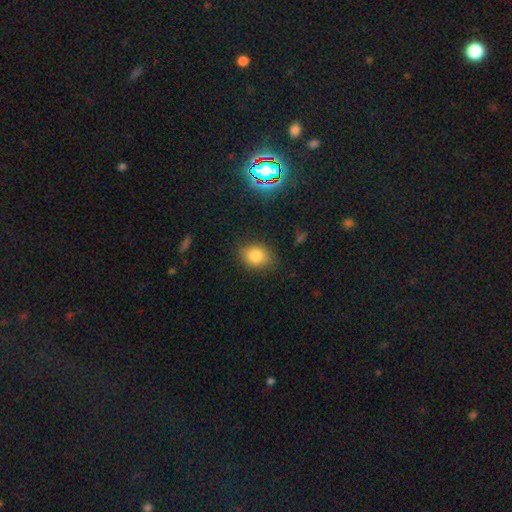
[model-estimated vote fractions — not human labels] Smooth or featured? smooth (81%)
How rounded? in between (53%)
Merging? none (84%)